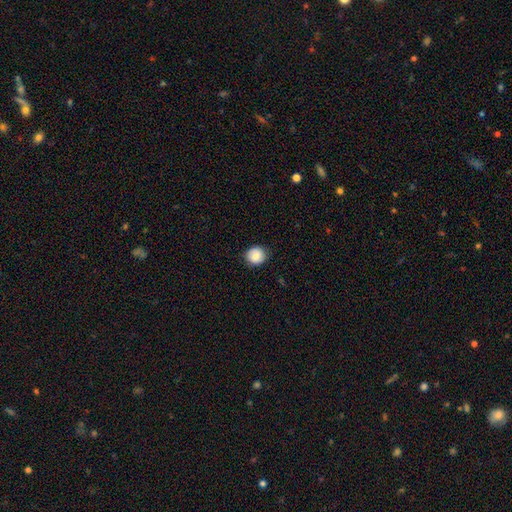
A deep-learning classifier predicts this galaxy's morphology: A smooth galaxy with no disk features (82%) that is round (87%).

Vote fractions:
- Smooth or featured? smooth: 82% / featured or disk: 10% / star or artifact: 8%
- How rounded? round: 87% / in between: 12% / cigar-shaped: 1%
- Merging? none: 86% / minor disturbance: 10% / major disturbance: 2% / merger: 1%